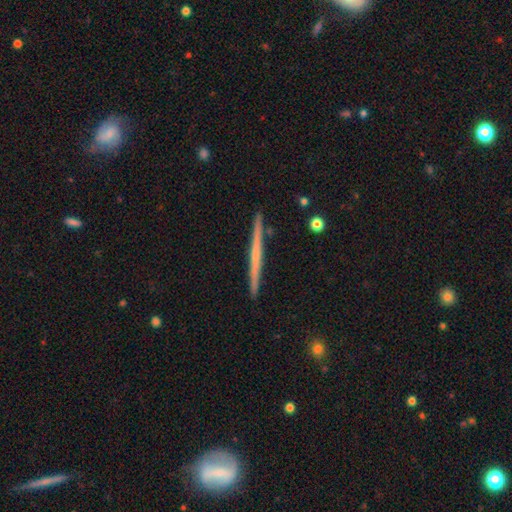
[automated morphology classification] smooth-or-featured: featured or disk: 58% | smooth: 37% | star or artifact: 5%
  disk-edge-on: yes: 98% | no: 2%
    edge-on-bulge: none: 82% | rounded: 13% | boxy: 5%
  merging: none: 92% | minor disturbance: 5% | merger: 1% | major disturbance: 1%